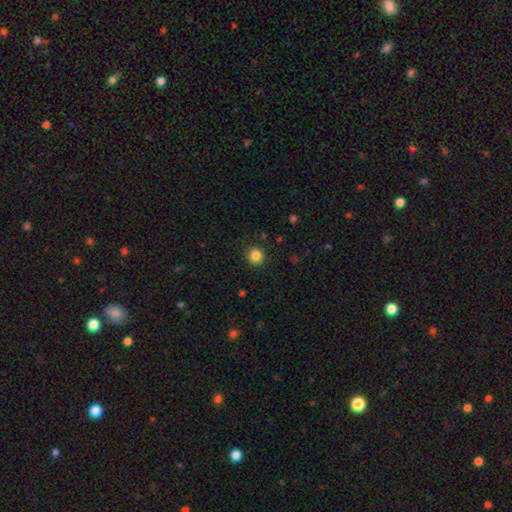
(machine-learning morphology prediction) Smooth or featured?
  - smooth: 85% *
  - star or artifact: 11%
  - featured or disk: 4%
How rounded?
  - round: 93% *
  - in between: 6%
  - cigar-shaped: 1%
Merging?
  - none: 91% *
  - minor disturbance: 6%
  - major disturbance: 2%
  - merger: 1%